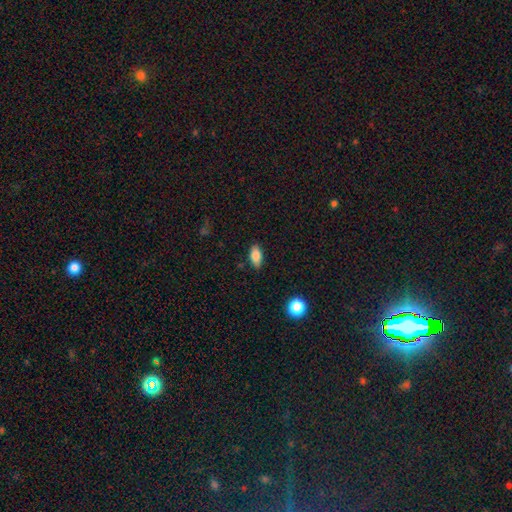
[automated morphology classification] Smooth or featured: smooth — 85% (star or artifact — 8%)
How rounded: in between — 88% (cigar-shaped — 8%)
Merging: none — 85% (minor disturbance — 12%)